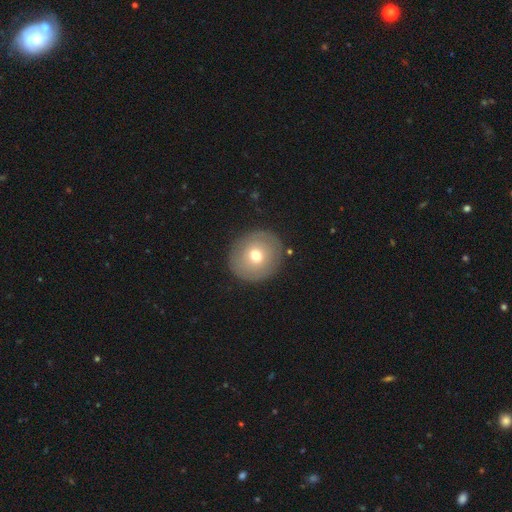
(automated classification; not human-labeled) Q: Smooth or featured?
A: smooth (65%); runner-up: featured or disk (26%)
Q: How rounded?
A: round (87%); runner-up: in between (12%)
Q: Merging?
A: none (87%); runner-up: minor disturbance (8%)